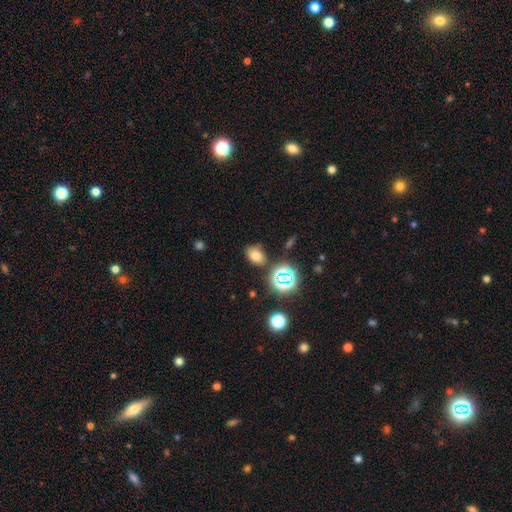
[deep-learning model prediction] The model was most divided on "how rounded": in between: 71%, round: 28%, cigar-shaped: 1%. More confident: merging — none (78%); smooth or featured — smooth (70%).